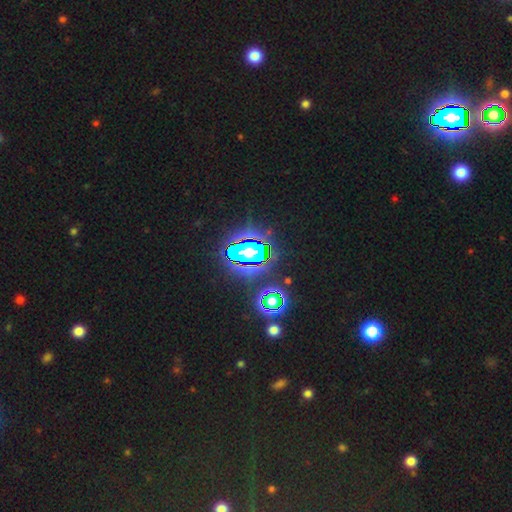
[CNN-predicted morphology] A star or artifact, not a galaxy (81%).

Vote fractions:
- Smooth or featured? star or artifact: 81% / smooth: 12% / featured or disk: 7%